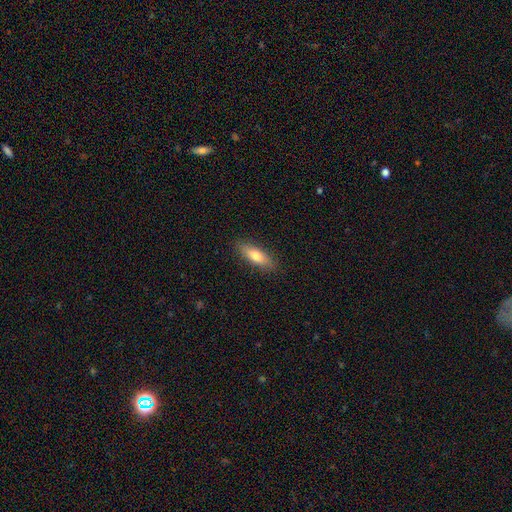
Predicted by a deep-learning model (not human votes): smooth 74%, featured or disk 20%, star or artifact 6%. Down the decision tree: how rounded — in between (58%); merging — none (88%).